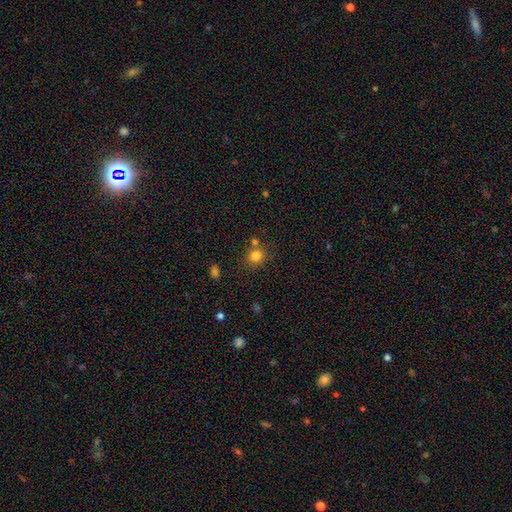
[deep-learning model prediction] Smooth or featured? smooth (81%)
How rounded? round (85%)
Merging? none (70%)